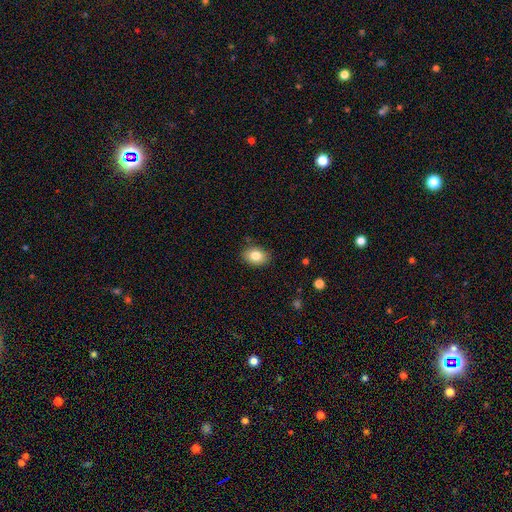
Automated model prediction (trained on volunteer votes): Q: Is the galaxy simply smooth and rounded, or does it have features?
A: smooth — 83%.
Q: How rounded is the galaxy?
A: in between — 74%.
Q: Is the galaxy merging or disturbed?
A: none — 86%.